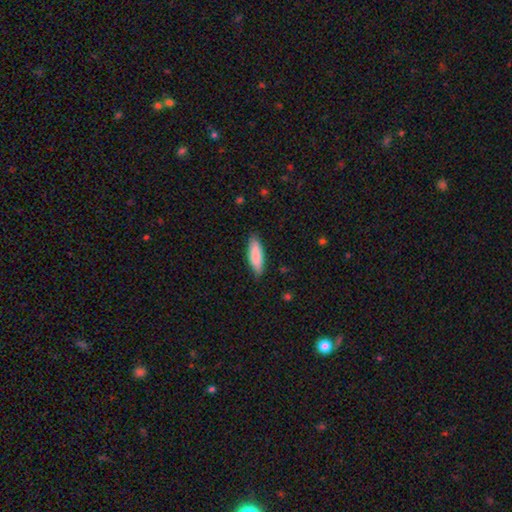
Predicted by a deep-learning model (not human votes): The model was most divided on "how rounded": in between: 51%, cigar-shaped: 47%, round: 2%. More confident: merging — none (85%); smooth or featured — smooth (85%).